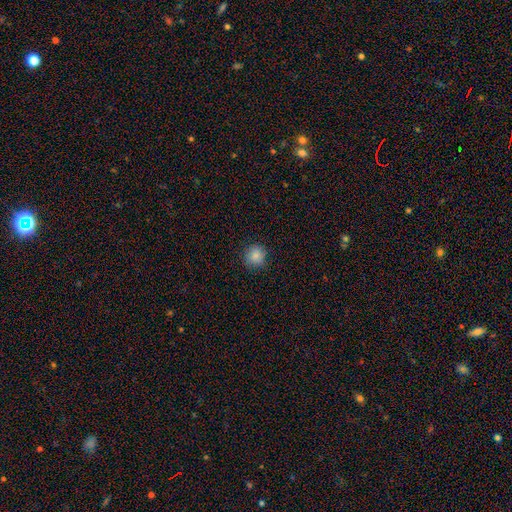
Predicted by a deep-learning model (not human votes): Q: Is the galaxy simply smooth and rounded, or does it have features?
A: smooth — 85%.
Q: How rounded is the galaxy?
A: round — 90%.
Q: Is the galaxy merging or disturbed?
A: none — 85%.